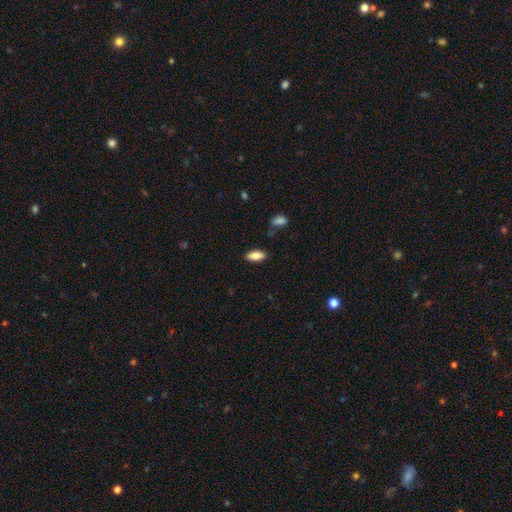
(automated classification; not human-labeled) This is clearly a smooth galaxy (84%). How rounded: clearly in between (81%). Merging: clearly none (84%).